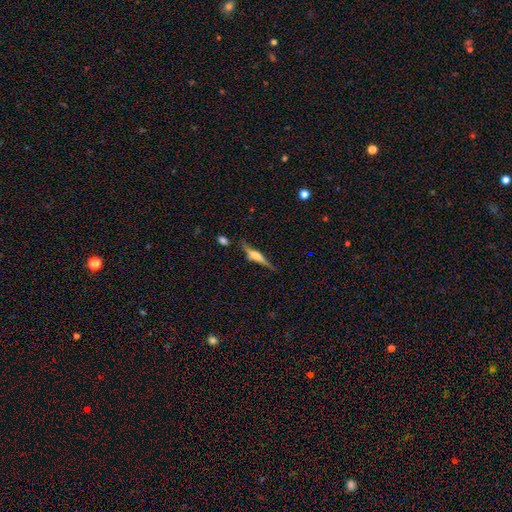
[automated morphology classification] A featured or disk galaxy (59%) viewed edge-on (93%) with a rounded central bulge (59%). Merging: none (68%).